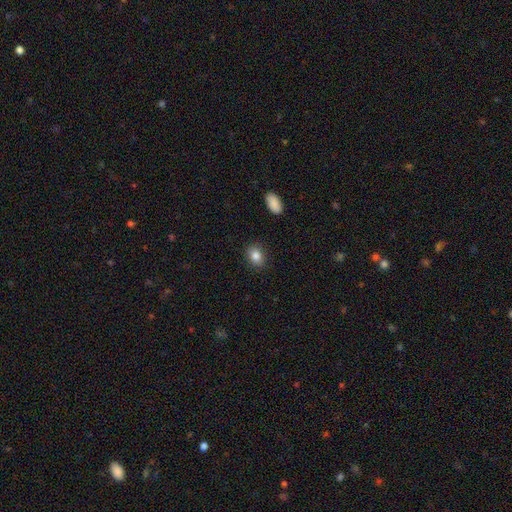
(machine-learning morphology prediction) The model was most divided on "how rounded": in between: 63%, round: 36%, cigar-shaped: 1%. More confident: merging — none (88%); smooth or featured — smooth (85%).